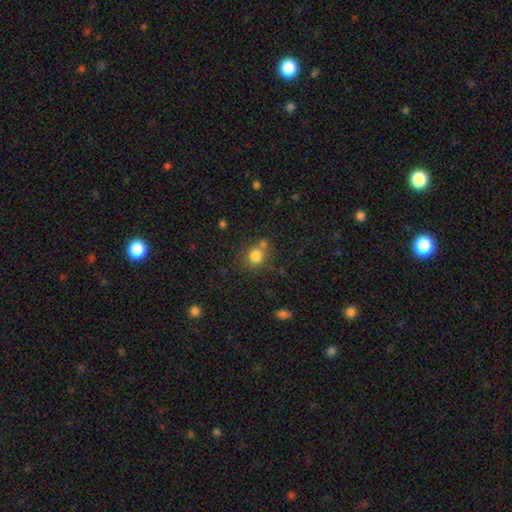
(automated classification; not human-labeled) This appears to be a smooth galaxy with no disk features (80%) that is round (87%). Merging: none (64%).